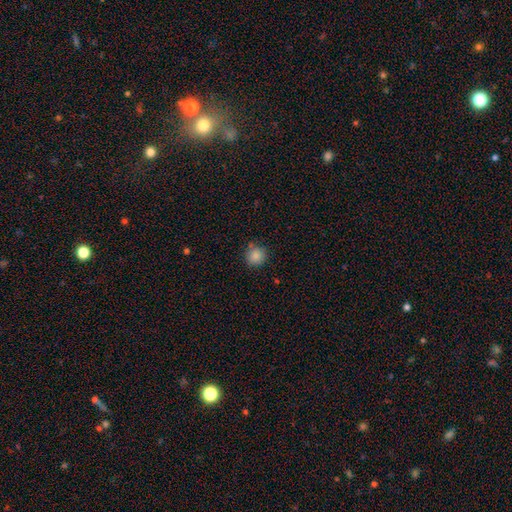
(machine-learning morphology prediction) smooth_or_featured: smooth (p=0.86) [alt: star or artifact p=0.10]
how_rounded: round (p=0.89) [alt: in between p=0.10]
merging: none (p=0.81) [alt: minor disturbance p=0.11]